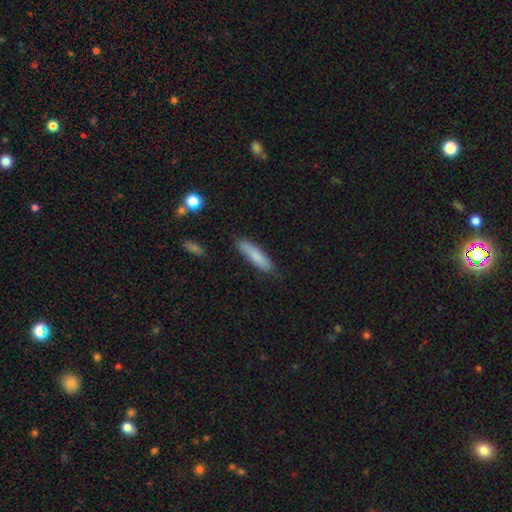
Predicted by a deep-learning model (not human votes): Morphology: type=smooth (83%); roundness=cigar-shaped (74%); merging=none (79%).